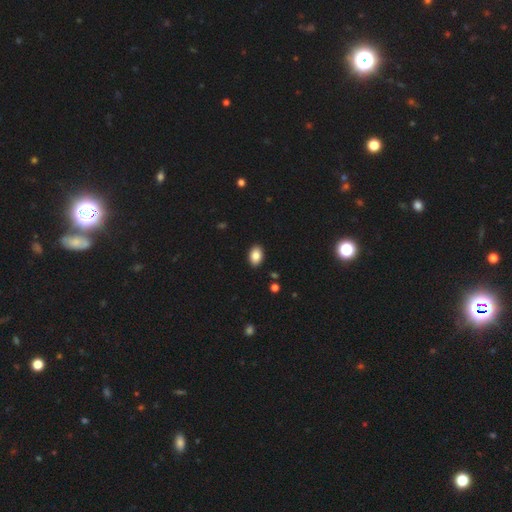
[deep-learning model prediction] smooth_or_featured: smooth (p=0.86) [alt: star or artifact p=0.08]
how_rounded: in between (p=0.87) [alt: round p=0.12]
merging: none (p=0.90) [alt: minor disturbance p=0.07]